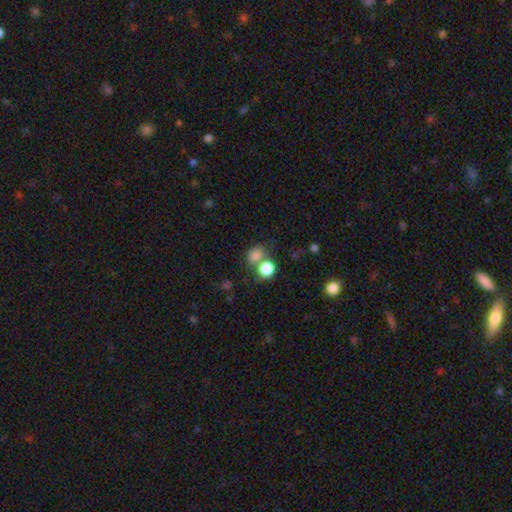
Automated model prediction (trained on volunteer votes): Smooth or featured? Predicted: smooth (p=0.79). How rounded? Predicted: round (p=0.64). Merging? Predicted: none (p=0.49).